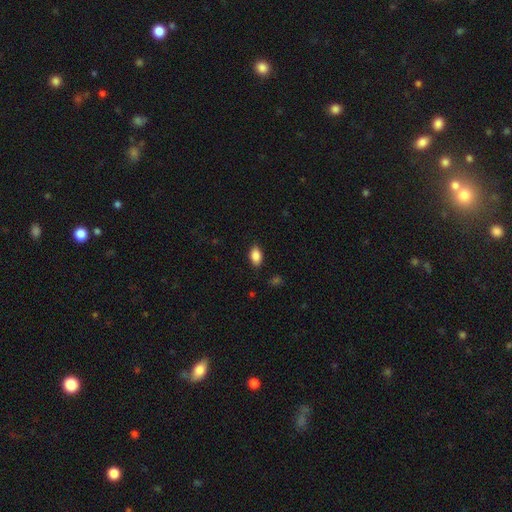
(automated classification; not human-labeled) The model was most divided on "merging": none: 86%, minor disturbance: 11%, major disturbance: 2%, merger: 1%. More confident: how rounded — in between (90%); smooth or featured — smooth (88%).